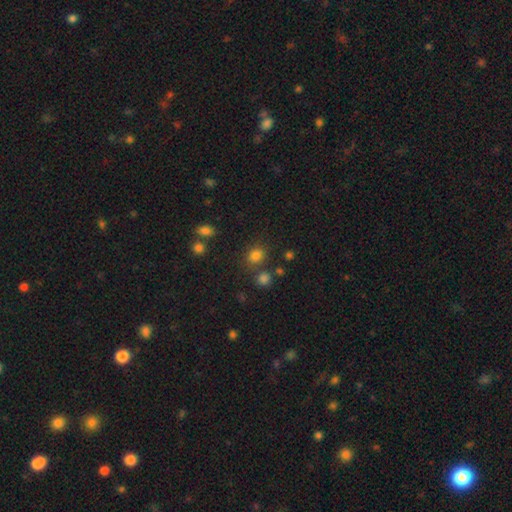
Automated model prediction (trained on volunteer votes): Smooth or featured: smooth — 79% (star or artifact — 15%)
How rounded: round — 64% (in between — 35%)
Merging: none — 72% (minor disturbance — 12%)